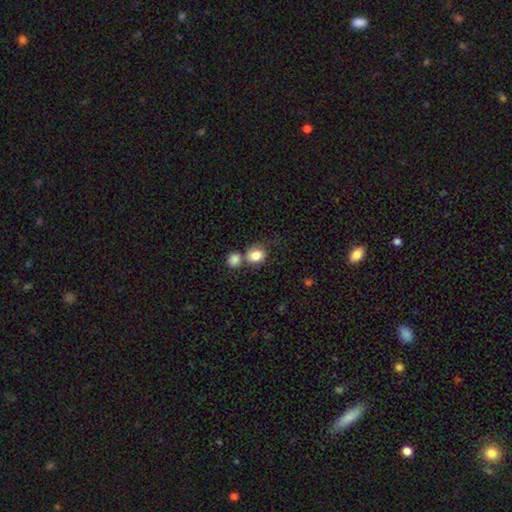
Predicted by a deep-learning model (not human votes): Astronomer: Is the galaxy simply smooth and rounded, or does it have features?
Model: smooth — 83%.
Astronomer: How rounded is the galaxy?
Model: round — 66%.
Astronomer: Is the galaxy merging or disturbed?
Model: none — 47% (runner-up: merger, 35%).